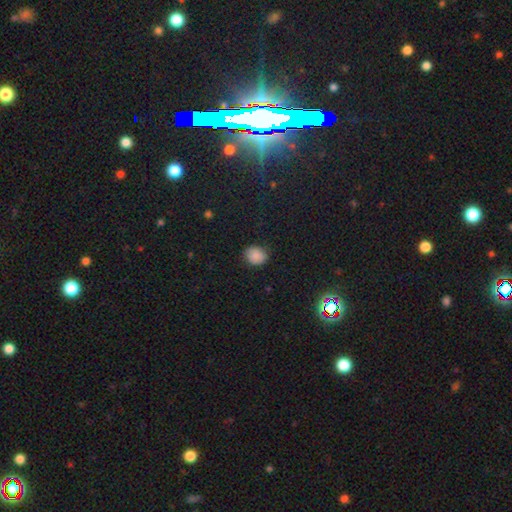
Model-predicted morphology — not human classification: type=smooth (84%); roundness=round (66%); merging=none (79%).